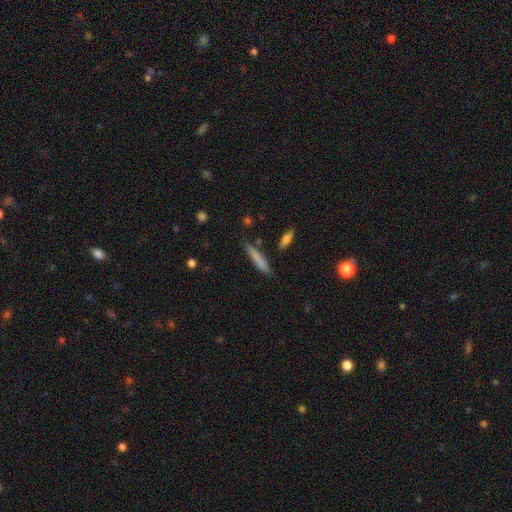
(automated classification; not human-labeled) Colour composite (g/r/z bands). It shows a smooth galaxy with no disk features (71%) that is cigar-shaped (93%). Merging: none (82%).